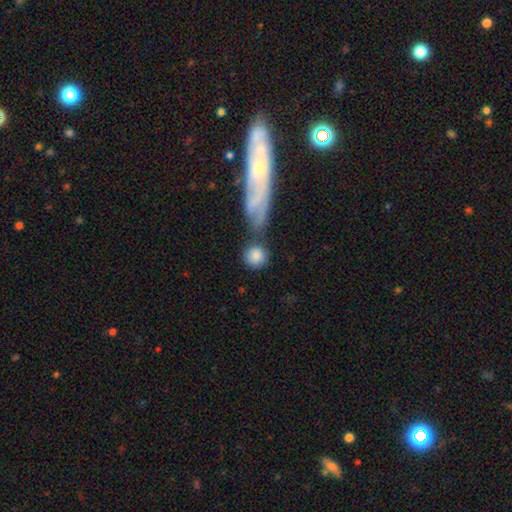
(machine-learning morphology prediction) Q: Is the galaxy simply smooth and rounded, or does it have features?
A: smooth — 84%.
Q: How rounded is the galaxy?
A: round — 89%.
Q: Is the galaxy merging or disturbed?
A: none — 55%.